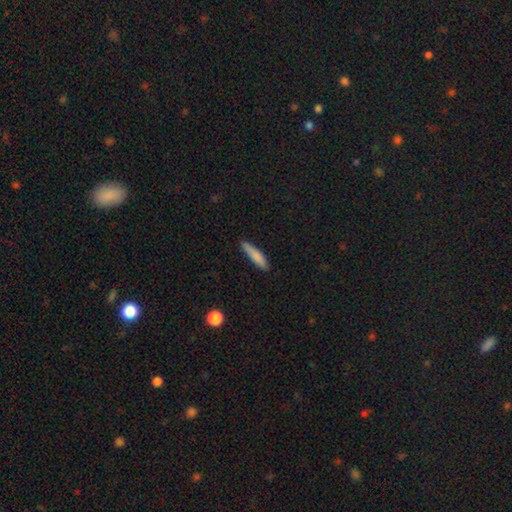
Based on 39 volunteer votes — smooth 82%, featured or disk 13%, star or artifact 5%. Down the decision tree: how rounded — cigar-shaped (81%); merging — none (73%).